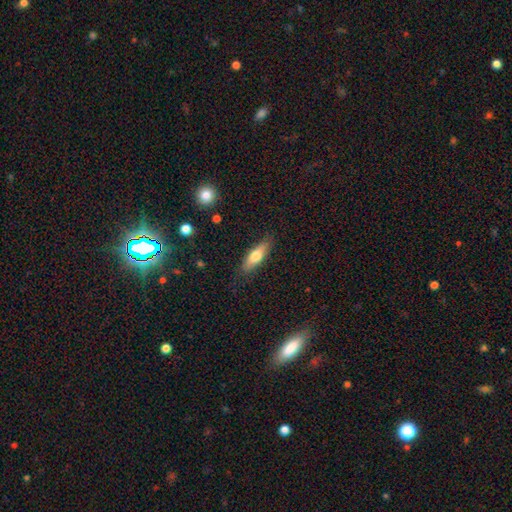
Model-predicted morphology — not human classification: A smooth galaxy with no disk features (68%) that is cigar-shaped (51%). Merging: none (83%).